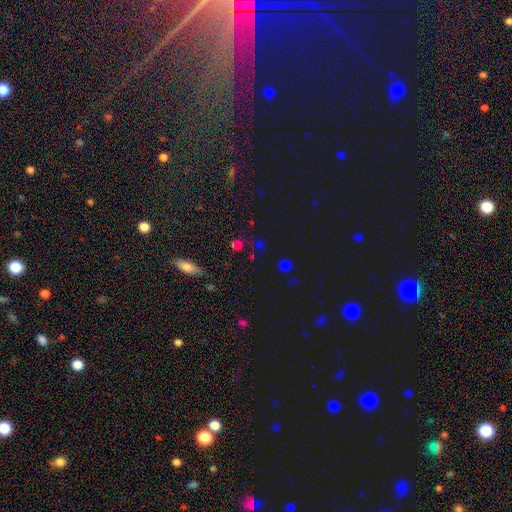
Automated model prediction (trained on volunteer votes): Q: Smooth or featured?
A: smooth (48%); runner-up: star or artifact (45%)
Q: Merging?
A: none (73%); runner-up: minor disturbance (12%)